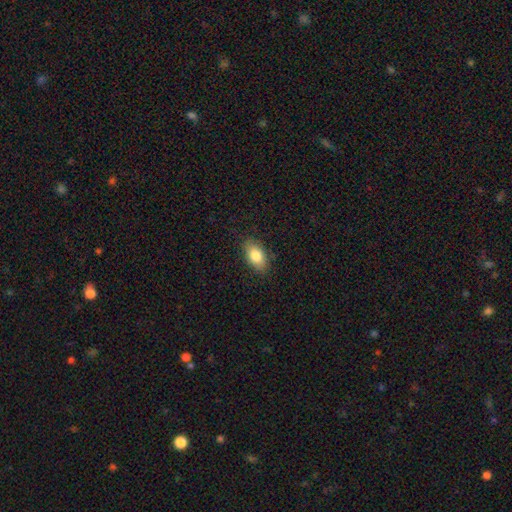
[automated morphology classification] The model was most divided on "smooth or featured": smooth: 82%, featured or disk: 11%, star or artifact: 7%. More confident: how rounded — in between (90%); merging — none (85%).